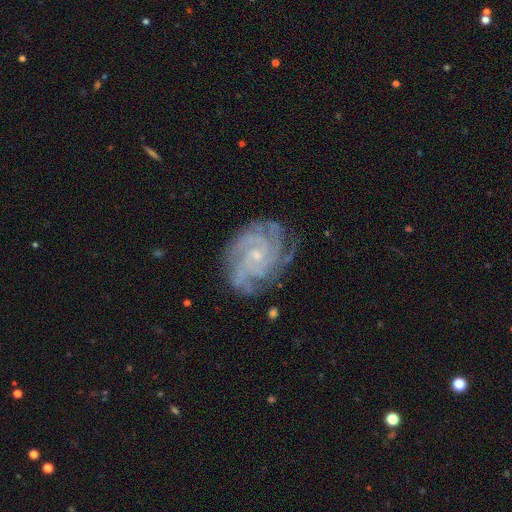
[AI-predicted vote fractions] A featured or disk galaxy (89%) with no bar (68%), 4 (35%) tight (74%) spiral arms (99%) and a small central bulge (77%). Merging: none (79%).